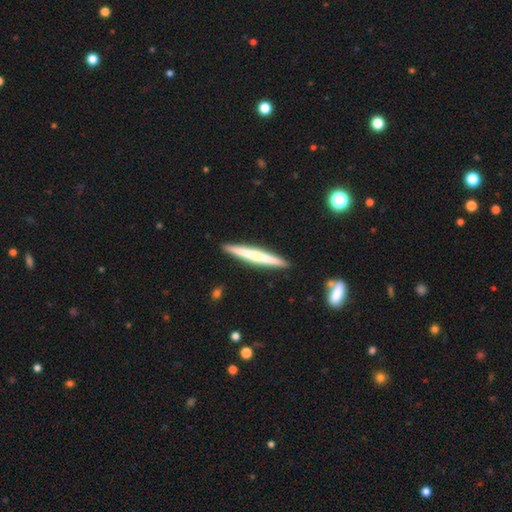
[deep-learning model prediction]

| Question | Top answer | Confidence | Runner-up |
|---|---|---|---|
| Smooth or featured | featured or disk | 49% | smooth (46%) |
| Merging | none | 91% | minor disturbance (6%) |